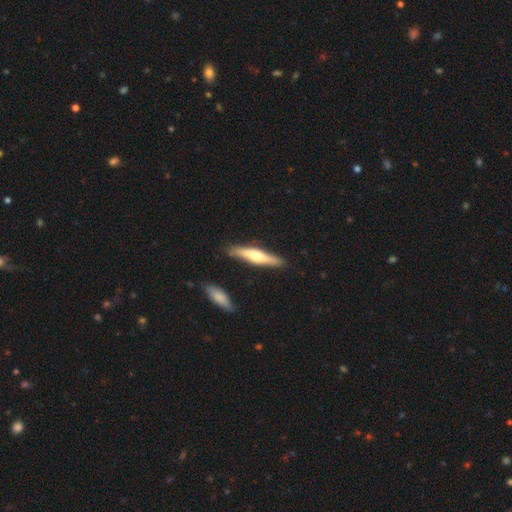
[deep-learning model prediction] The model was most divided on "smooth or featured": featured or disk: 50%, smooth: 45%, star or artifact: 5%. More confident: edge-on disk — yes (92%); merging — none (85%).